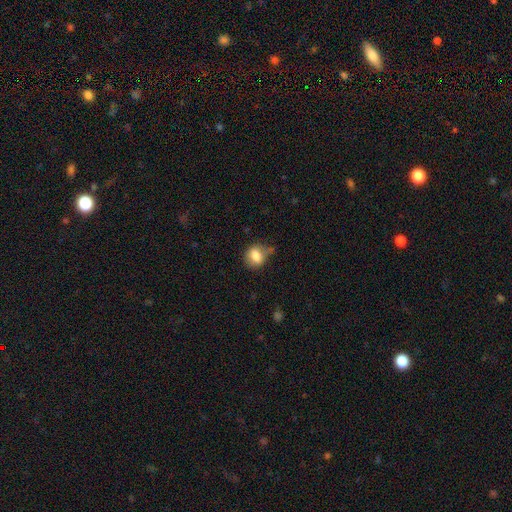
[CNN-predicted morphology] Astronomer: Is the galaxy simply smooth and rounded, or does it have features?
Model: smooth — 78%.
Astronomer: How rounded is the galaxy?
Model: round — 55% (runner-up: in between, 44%).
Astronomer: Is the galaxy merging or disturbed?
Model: none — 51% (runner-up: minor disturbance, 31%).